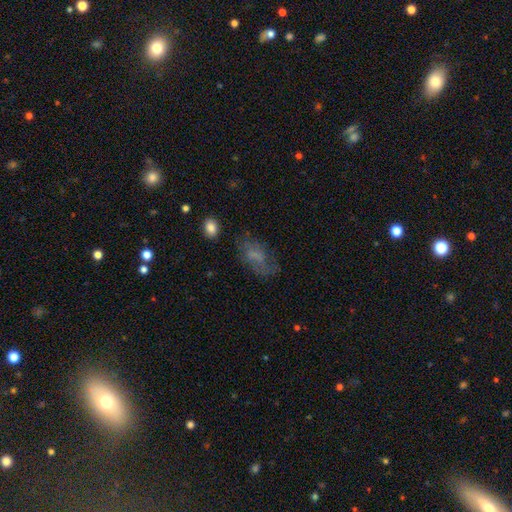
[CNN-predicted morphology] smooth-or-featured: smooth: 47% | featured or disk: 39% | star or artifact: 14%
  merging: none: 52% | minor disturbance: 24% | major disturbance: 21% | merger: 3%